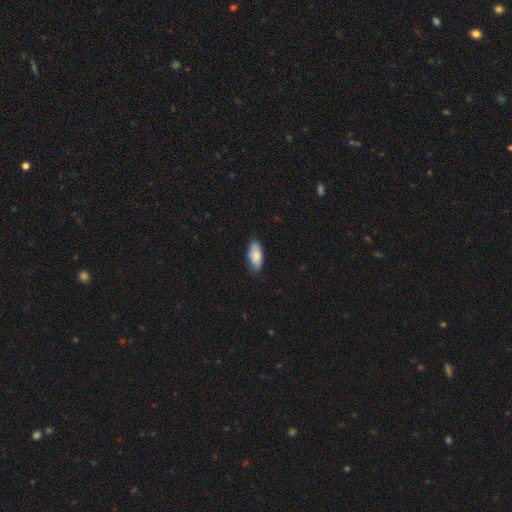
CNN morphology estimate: Smooth or featured?
  - smooth: 83% *
  - featured or disk: 12%
  - star or artifact: 6%
How rounded?
  - in between: 85% *
  - cigar-shaped: 13%
  - round: 2%
Merging?
  - none: 82% *
  - minor disturbance: 15%
  - major disturbance: 2%
  - merger: 1%